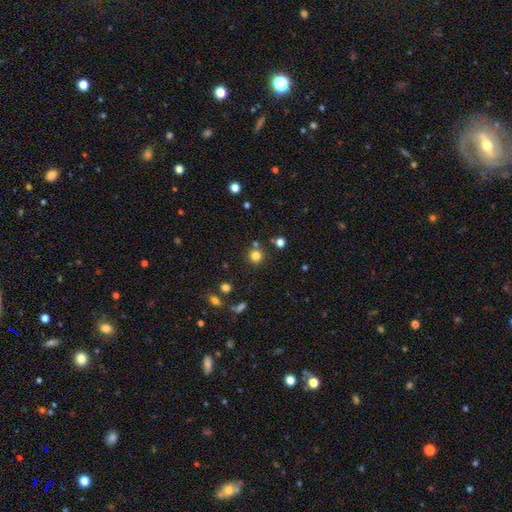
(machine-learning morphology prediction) Smooth or featured? smooth (79%)
How rounded? round (94%)
Merging? none (82%)